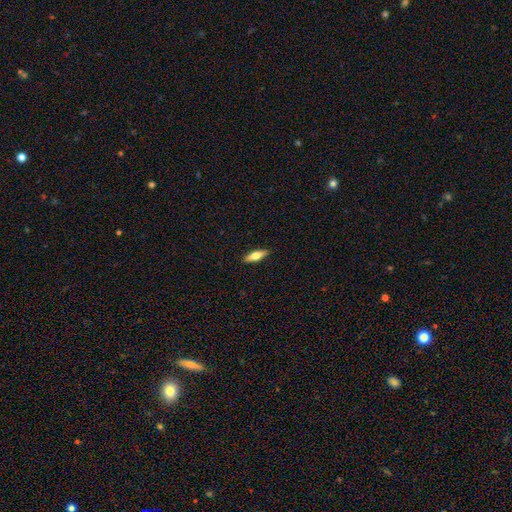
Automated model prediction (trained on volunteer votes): Q: Smooth or featured?
A: smooth (55%); runner-up: featured or disk (38%)
Q: How rounded?
A: cigar-shaped (54%); runner-up: in between (43%)
Q: Merging?
A: none (90%); runner-up: minor disturbance (8%)